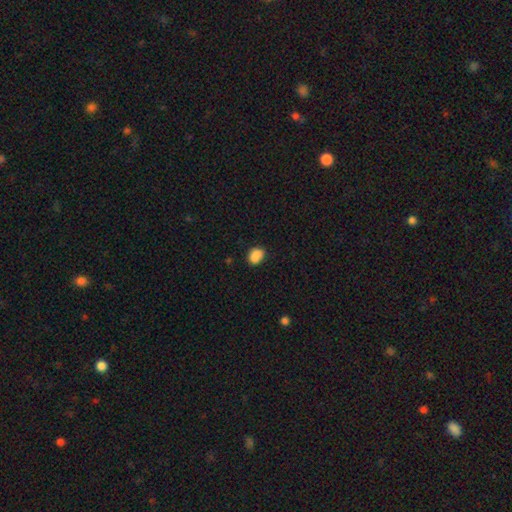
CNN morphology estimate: Smooth or featured?
  - smooth: 86% *
  - star or artifact: 9%
  - featured or disk: 4%
How rounded?
  - in between: 65% *
  - round: 34%
  - cigar-shaped: 1%
Merging?
  - none: 74% *
  - minor disturbance: 18%
  - merger: 4%
  - major disturbance: 4%